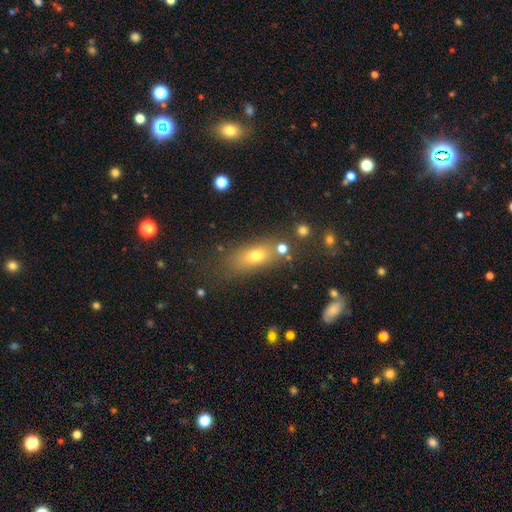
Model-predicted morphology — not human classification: smooth-or-featured: smooth: 68% | featured or disk: 18% | star or artifact: 14%
  how-rounded: in between: 70% | cigar-shaped: 18% | round: 12%
  merging: none: 70% | minor disturbance: 15% | merger: 8% | major disturbance: 7%